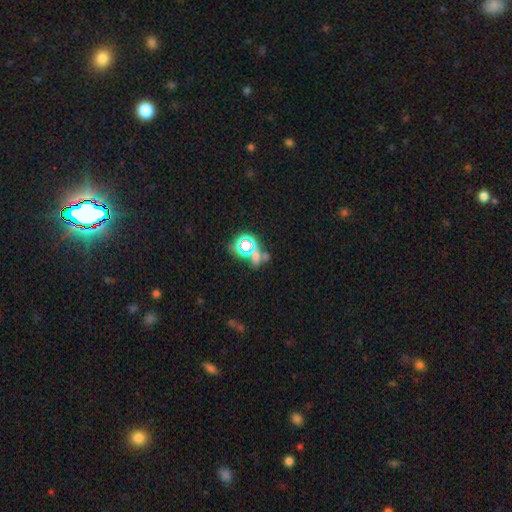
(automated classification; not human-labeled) Smooth or featured: star or artifact — 58% (smooth — 30%)